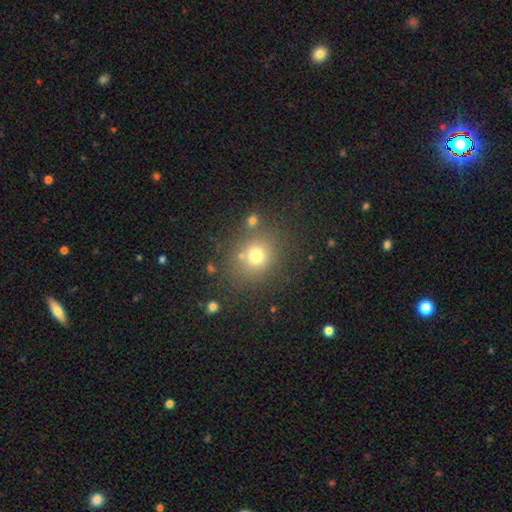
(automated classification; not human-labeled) Overall: smooth (72%). How rounded: round (82%). Merging: none (75%).